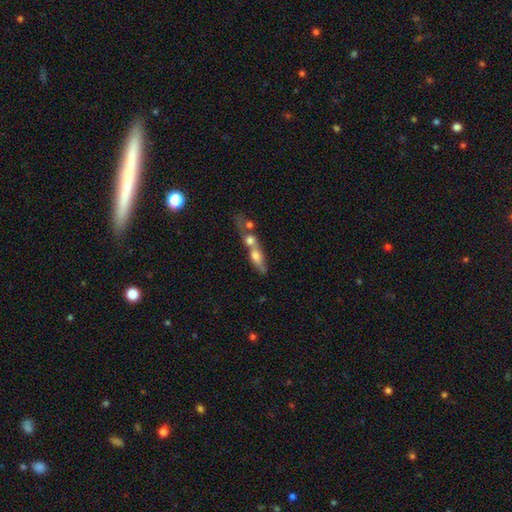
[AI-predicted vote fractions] smooth 54%, featured or disk 37%, star or artifact 9%. Down the decision tree: how rounded — in between (45%); merging — merger (73%).